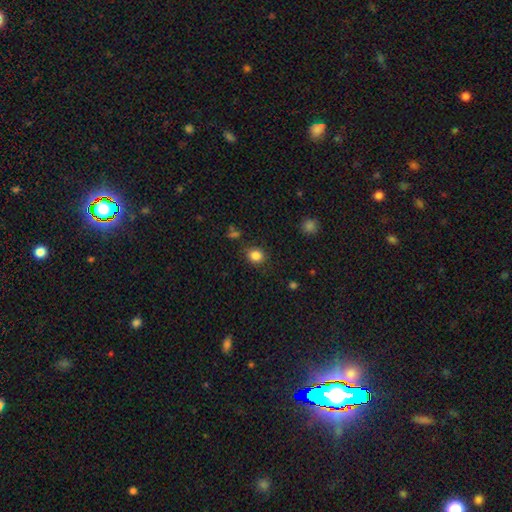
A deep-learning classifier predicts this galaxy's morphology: Smooth or featured: smooth — 84% (star or artifact — 11%)
How rounded: round — 77% (in between — 22%)
Merging: none — 85% (minor disturbance — 10%)